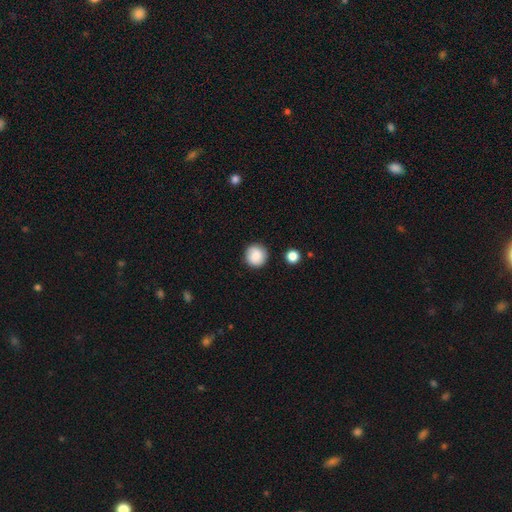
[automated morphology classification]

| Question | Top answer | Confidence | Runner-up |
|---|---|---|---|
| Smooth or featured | smooth | 84% | star or artifact (8%) |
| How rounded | round | 95% | in between (4%) |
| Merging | none | 89% | minor disturbance (7%) |